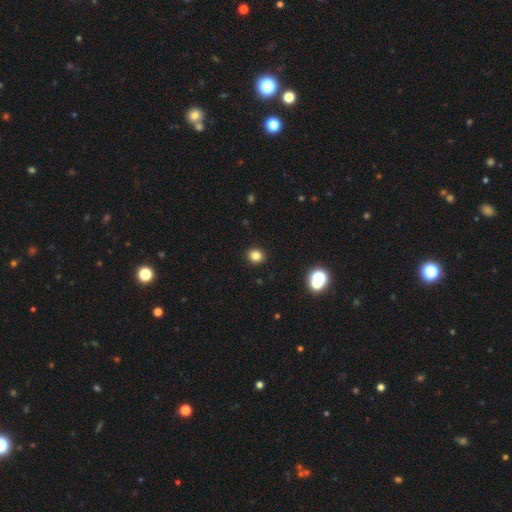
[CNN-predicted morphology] smooth_or_featured: smooth (p=0.81) [alt: star or artifact p=0.14]
how_rounded: round (p=0.80) [alt: in between p=0.19]
merging: none (p=0.92) [alt: minor disturbance p=0.05]